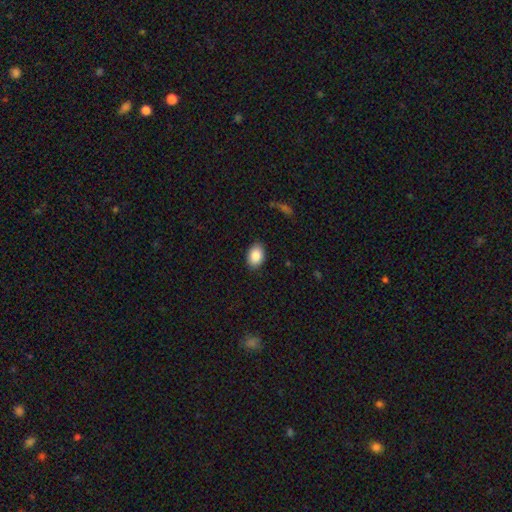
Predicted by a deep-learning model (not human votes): Q: Smooth or featured?
A: smooth (87%); runner-up: star or artifact (7%)
Q: How rounded?
A: in between (81%); runner-up: round (18%)
Q: Merging?
A: none (88%); runner-up: minor disturbance (9%)